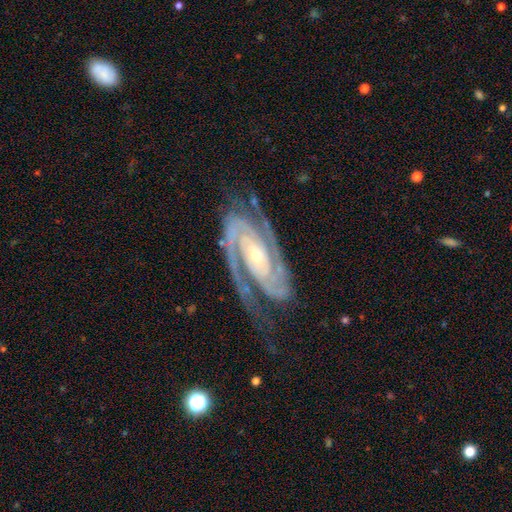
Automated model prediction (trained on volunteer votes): Morphology: type=featured or disk (93%); edge-on=no (96%); bar=no (50%); spiral arms=yes (99%); winding=tight (68%); arm count=2 (84%); bulge=small (62%); merging=none (74%).